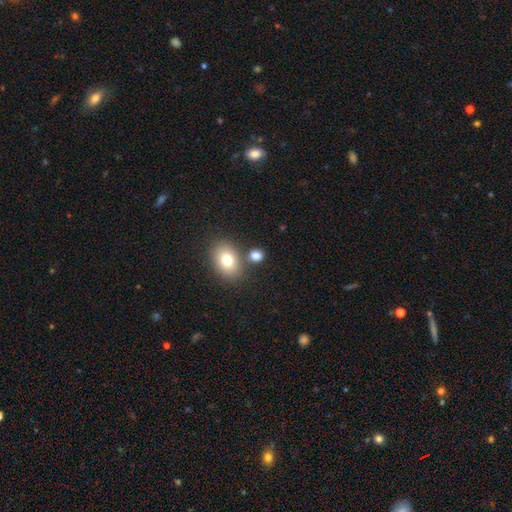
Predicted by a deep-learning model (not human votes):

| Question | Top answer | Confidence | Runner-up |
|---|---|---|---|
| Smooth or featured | smooth | 80% | star or artifact (11%) |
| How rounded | round | 54% | in between (45%) |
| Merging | none | 70% | merger (16%) |